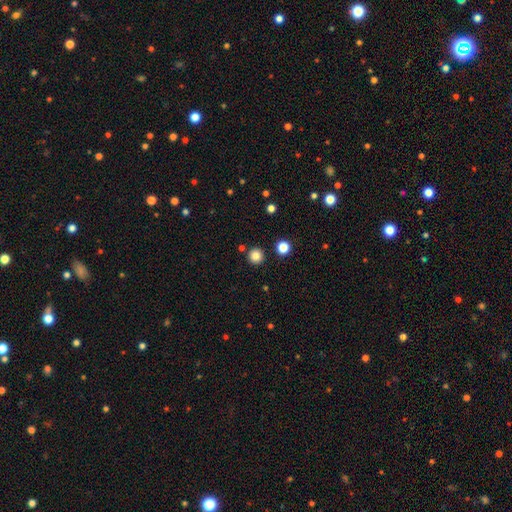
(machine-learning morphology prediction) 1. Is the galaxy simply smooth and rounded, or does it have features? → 83% smooth, 12% star or artifact, 5% featured or disk.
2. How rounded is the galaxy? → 95% round, 4% in between, 1% cigar-shaped.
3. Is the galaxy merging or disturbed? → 89% none, 5% minor disturbance, 3% merger, 2% major disturbance.